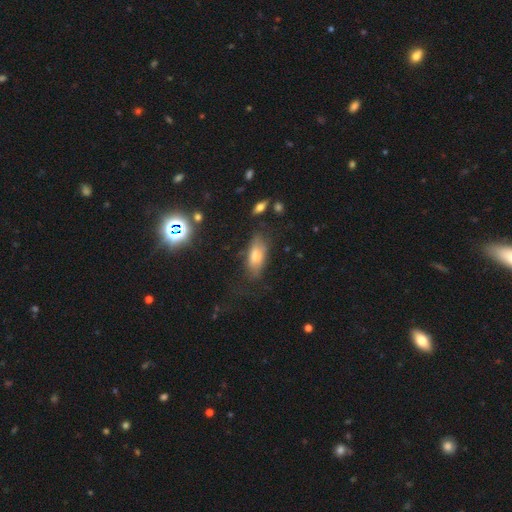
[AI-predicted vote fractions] Q: Smooth or featured?
A: smooth (61%); runner-up: featured or disk (26%)
Q: How rounded?
A: in between (77%); runner-up: cigar-shaped (19%)
Q: Merging?
A: none (63%); runner-up: minor disturbance (23%)